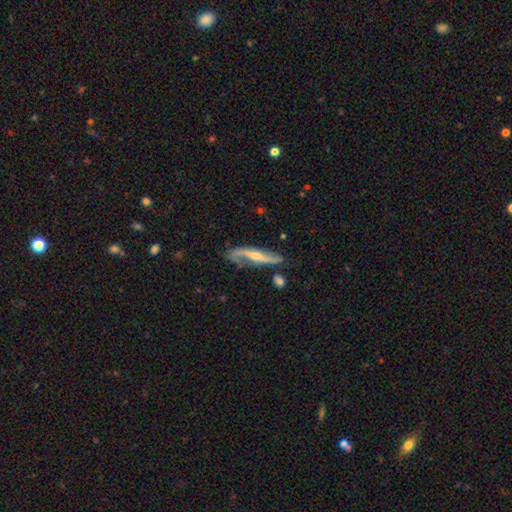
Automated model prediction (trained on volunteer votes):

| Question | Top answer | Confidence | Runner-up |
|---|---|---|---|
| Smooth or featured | featured or disk | 82% | smooth (12%) |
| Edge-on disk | no | 72% | yes (28%) |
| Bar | no | 40% | strong (30%) |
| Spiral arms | yes | 93% | no (7%) |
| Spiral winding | loose | 77% | medium (16%) |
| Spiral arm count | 2 | 89% | 1 (5%) |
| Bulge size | small | 52% | moderate (42%) |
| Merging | none | 62% | minor disturbance (22%) |